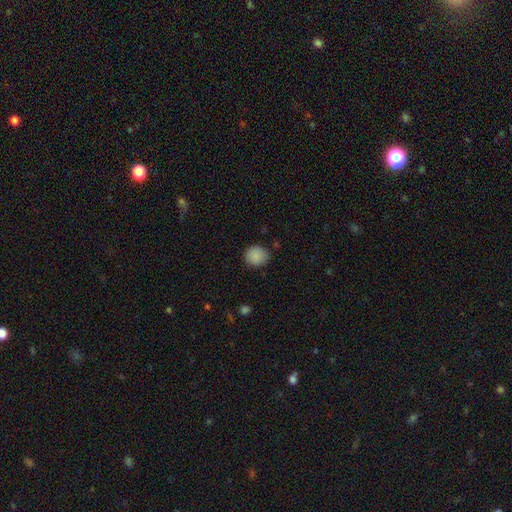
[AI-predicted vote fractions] This appears to be a smooth galaxy with no disk features (88%) that is round (82%). Merging: none (82%).